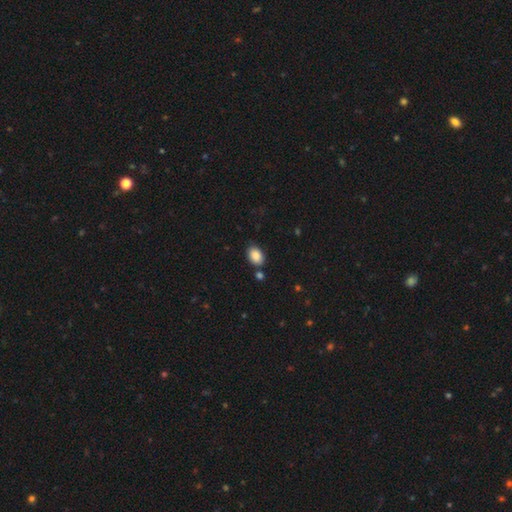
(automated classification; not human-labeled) The model was most divided on "how rounded": in between: 79%, round: 20%, cigar-shaped: 1%. More confident: smooth or featured — smooth (87%); merging — none (79%).